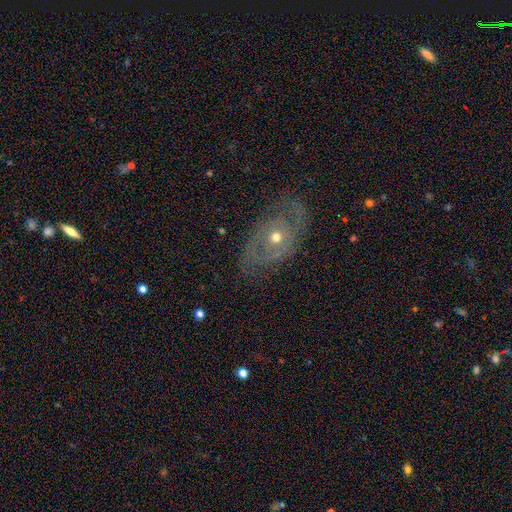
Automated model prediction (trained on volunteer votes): This appears to be a featured or disk galaxy (77%) with no bar (81%), 2 (61%) tight (53%) spiral arms (79%) and a moderate central bulge (56%). Merging: none (76%).